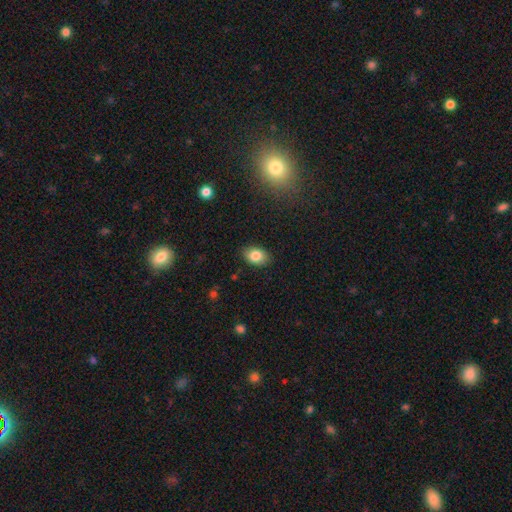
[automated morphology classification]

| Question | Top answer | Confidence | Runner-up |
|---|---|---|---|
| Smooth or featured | smooth | 84% | star or artifact (8%) |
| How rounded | in between | 81% | round (18%) |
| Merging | none | 86% | minor disturbance (11%) |